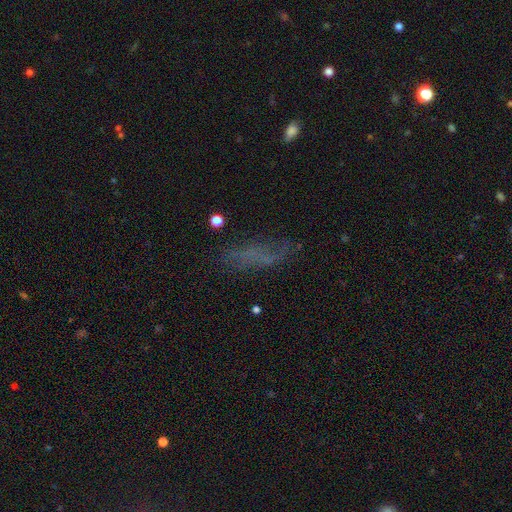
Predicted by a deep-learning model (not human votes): smooth_or_featured: smooth (p=0.49) [alt: featured or disk p=0.27]
merging: none (p=0.62) [alt: minor disturbance p=0.21]